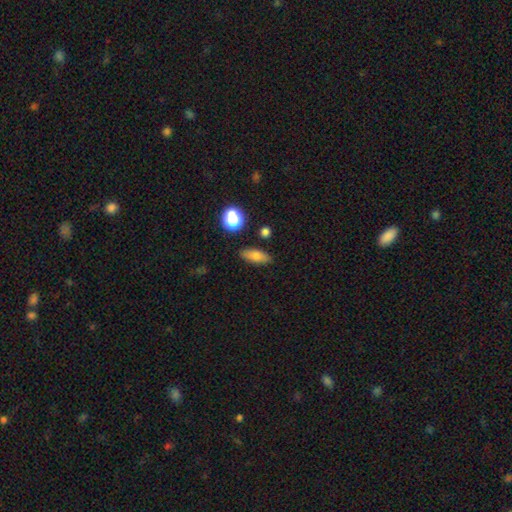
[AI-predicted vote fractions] Smooth or featured: smooth — 77% (featured or disk — 13%)
How rounded: in between — 70% (cigar-shaped — 22%)
Merging: none — 83% (minor disturbance — 11%)